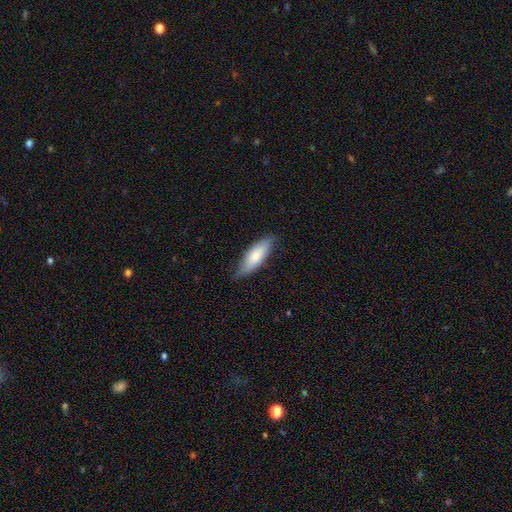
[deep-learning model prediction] The model was most divided on "how rounded": in between: 61%, cigar-shaped: 38%, round: 2%. More confident: merging — none (79%); smooth or featured — smooth (74%).